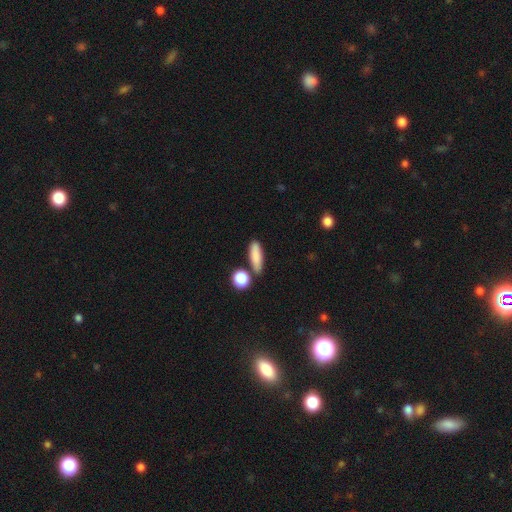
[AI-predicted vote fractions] Smooth or featured? smooth (84%)
How rounded? cigar-shaped (46%)
Merging? none (74%)